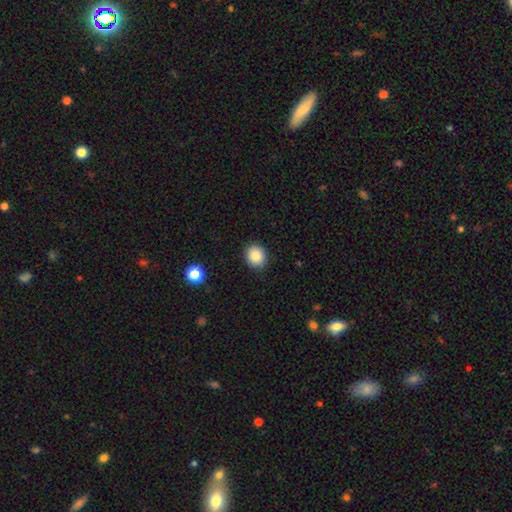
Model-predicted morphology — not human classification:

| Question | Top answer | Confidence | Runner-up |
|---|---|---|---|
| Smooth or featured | smooth | 86% | star or artifact (9%) |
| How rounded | round | 70% | in between (30%) |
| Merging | none | 89% | minor disturbance (7%) |